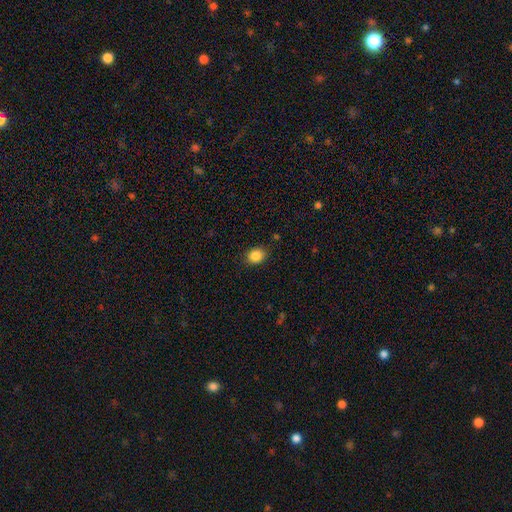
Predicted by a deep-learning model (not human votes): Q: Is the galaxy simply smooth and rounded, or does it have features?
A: smooth — 86%.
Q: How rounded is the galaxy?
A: round — 55%.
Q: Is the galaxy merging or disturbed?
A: none — 87%.